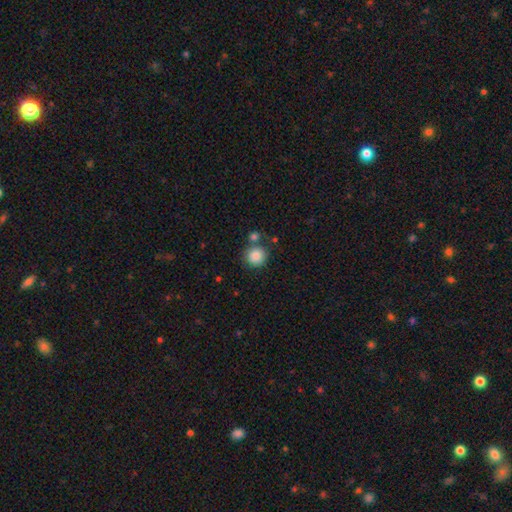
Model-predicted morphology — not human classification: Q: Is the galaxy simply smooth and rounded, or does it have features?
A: smooth — 86%.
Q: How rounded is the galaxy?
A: round — 92%.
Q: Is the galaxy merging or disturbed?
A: none — 74%.